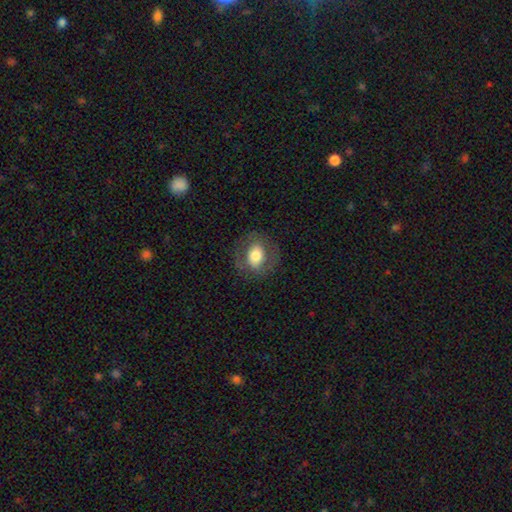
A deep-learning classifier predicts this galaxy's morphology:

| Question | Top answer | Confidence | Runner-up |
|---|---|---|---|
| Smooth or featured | smooth | 59% | featured or disk (33%) |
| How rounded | in between | 52% | round (47%) |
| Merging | none | 77% | minor disturbance (13%) |